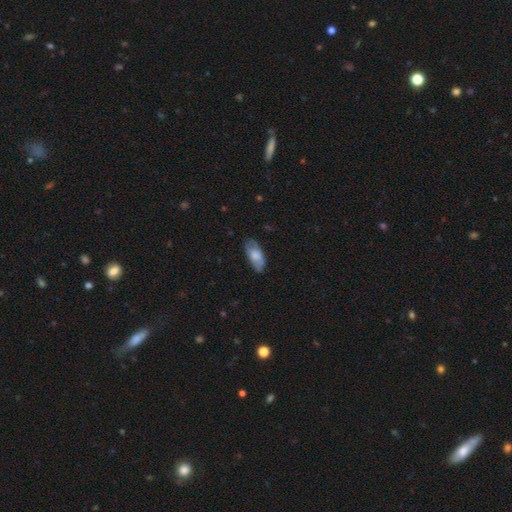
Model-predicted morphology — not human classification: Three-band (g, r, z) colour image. It shows a smooth galaxy with no disk features (67%) that is in between round and cigar-shaped (89%). Merging: none (74%).